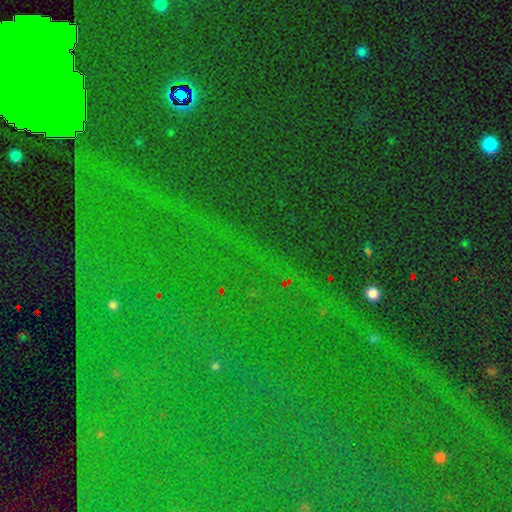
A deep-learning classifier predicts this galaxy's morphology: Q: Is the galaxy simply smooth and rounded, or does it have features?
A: star or artifact — 86%.